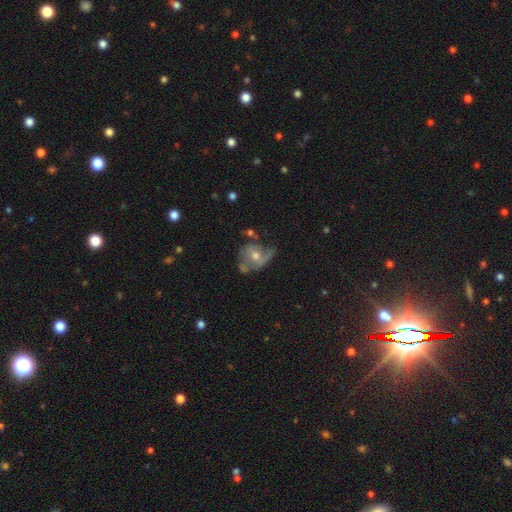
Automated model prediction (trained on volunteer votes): Smooth or featured: featured or disk — 63% (smooth — 27%)
Edge-on disk: no — 96% (yes — 4%)
Bar: no — 72% (weak — 23%)
Spiral arms: yes — 72% (no — 28%)
Bulge size: moderate — 66% (small — 27%)
Merging: none — 42% (minor disturbance — 26%)